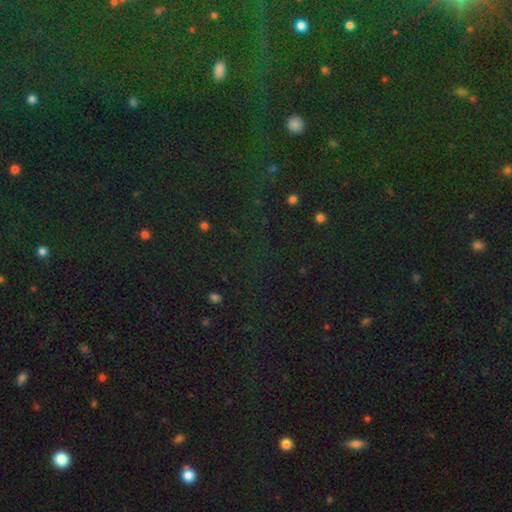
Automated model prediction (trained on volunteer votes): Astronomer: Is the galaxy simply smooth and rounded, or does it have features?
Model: star or artifact — 80%.